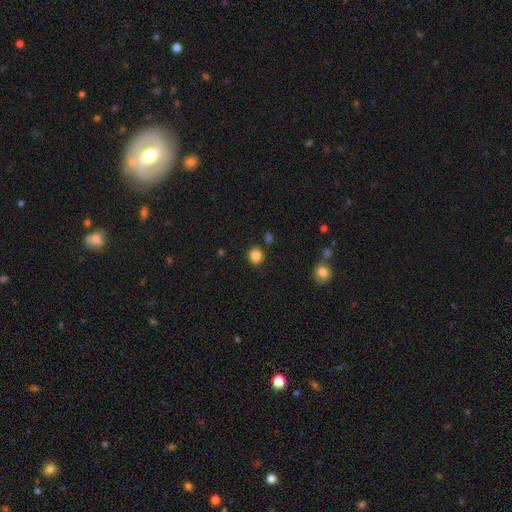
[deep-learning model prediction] Smooth or featured?
  - smooth: 84% *
  - star or artifact: 11%
  - featured or disk: 5%
How rounded?
  - round: 83% *
  - in between: 16%
  - cigar-shaped: 1%
Merging?
  - none: 86% *
  - minor disturbance: 9%
  - merger: 3%
  - major disturbance: 2%